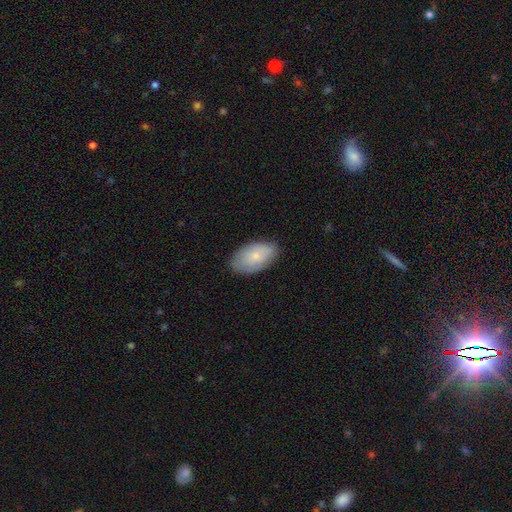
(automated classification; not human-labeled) Q: Smooth or featured?
A: smooth (74%); runner-up: featured or disk (19%)
Q: How rounded?
A: in between (93%); runner-up: round (5%)
Q: Merging?
A: none (81%); runner-up: minor disturbance (15%)